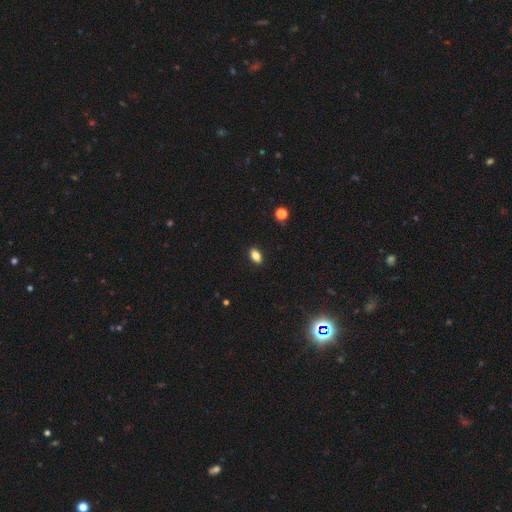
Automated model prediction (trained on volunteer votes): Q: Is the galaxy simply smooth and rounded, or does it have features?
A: smooth — 82%.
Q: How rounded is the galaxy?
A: in between — 88%.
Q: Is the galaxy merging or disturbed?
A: none — 90%.